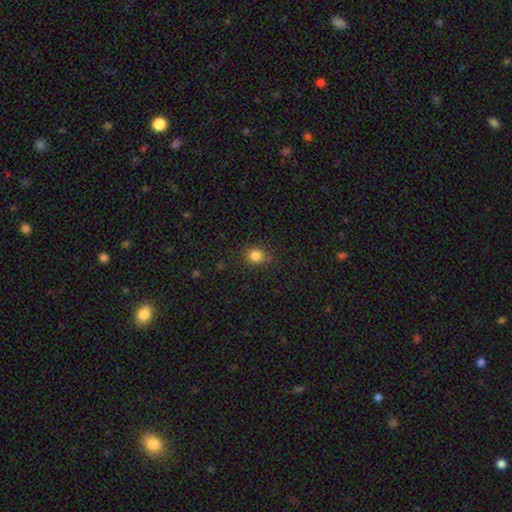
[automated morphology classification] smooth-or-featured: smooth: 83% | star or artifact: 12% | featured or disk: 5%
  how-rounded: round: 72% | in between: 27% | cigar-shaped: 1%
  merging: none: 80% | minor disturbance: 15% | major disturbance: 4% | merger: 1%